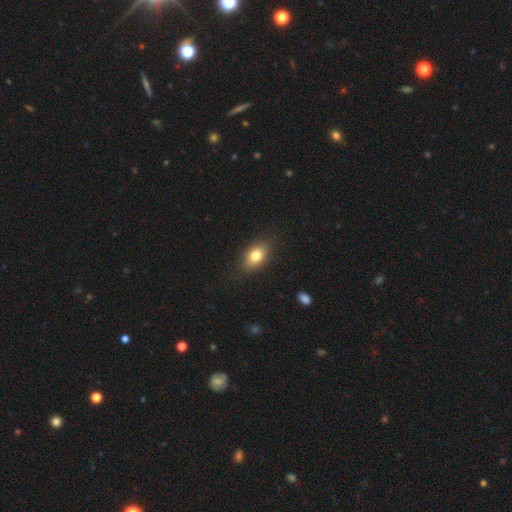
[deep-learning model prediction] Smooth or featured?
  - smooth: 79% *
  - featured or disk: 12%
  - star or artifact: 9%
How rounded?
  - in between: 82% *
  - round: 15%
  - cigar-shaped: 2%
Merging?
  - none: 85% *
  - minor disturbance: 11%
  - major disturbance: 3%
  - merger: 1%